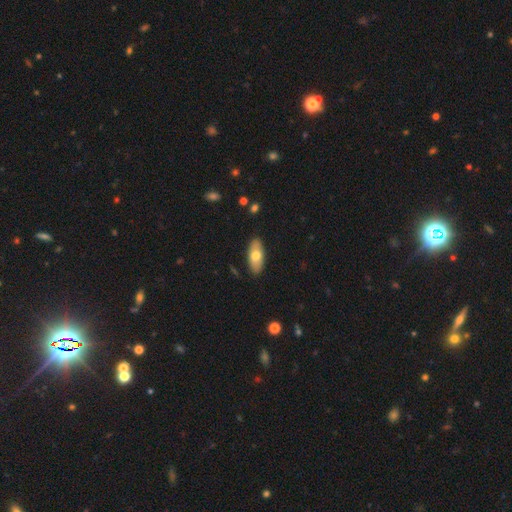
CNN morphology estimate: Smooth or featured? smooth (69%)
How rounded? in between (88%)
Merging? none (87%)